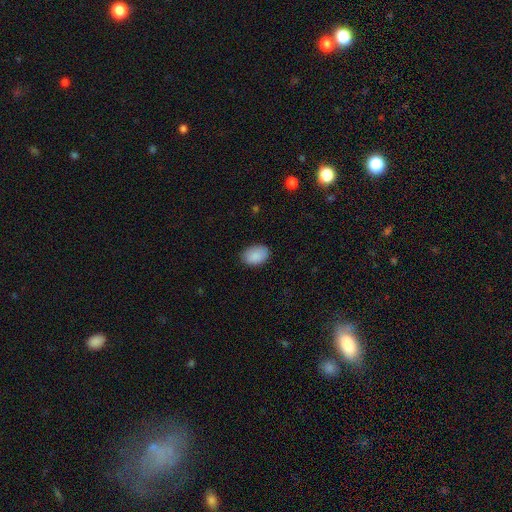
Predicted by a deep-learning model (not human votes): smooth_or_featured: smooth (p=0.89) [alt: star or artifact p=0.07]
how_rounded: in between (p=0.83) [alt: round p=0.16]
merging: none (p=0.84) [alt: minor disturbance p=0.12]